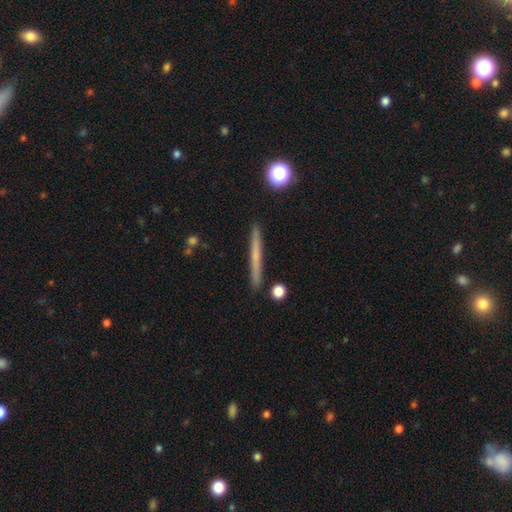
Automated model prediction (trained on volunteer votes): A smooth galaxy with no disk features (51%) that is cigar-shaped (96%).

Vote fractions:
- Smooth or featured? smooth: 51% / featured or disk: 42% / star or artifact: 7%
- How rounded? cigar-shaped: 96% / round: 2% / in between: 2%
- Merging? none: 91% / minor disturbance: 6% / merger: 2% / major disturbance: 1%